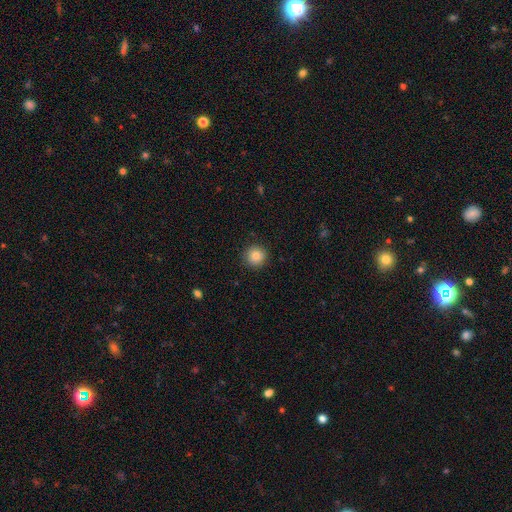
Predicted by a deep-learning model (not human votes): A smooth galaxy with no disk features (83%) that is round (94%).

Vote fractions:
- Smooth or featured? smooth: 83% / star or artifact: 10% / featured or disk: 7%
- How rounded? round: 94% / in between: 5% / cigar-shaped: 1%
- Merging? none: 91% / minor disturbance: 6% / major disturbance: 2% / merger: 1%